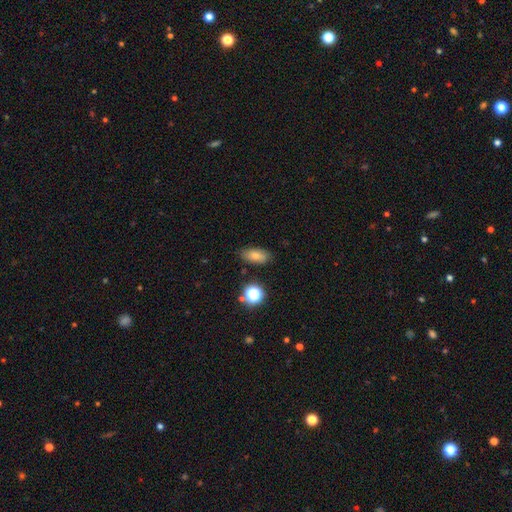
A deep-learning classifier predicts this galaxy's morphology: The model was most divided on "smooth or featured": smooth: 73%, featured or disk: 15%, star or artifact: 12%. More confident: how rounded — in between (84%); merging — none (81%).